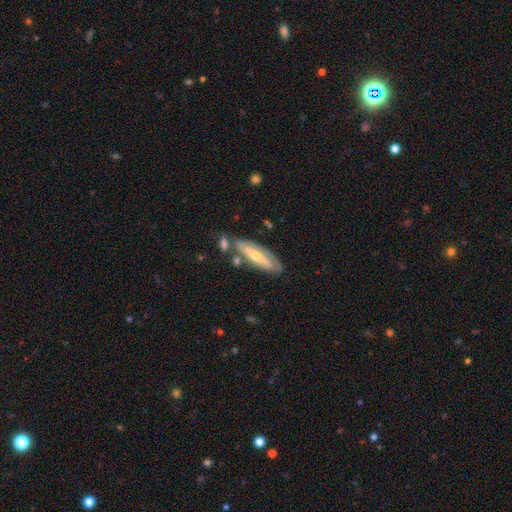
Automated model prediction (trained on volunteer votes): featured or disk 69%, smooth 25%, star or artifact 6%. Down the decision tree: edge-on disk — no (66%); merging — none (63%).